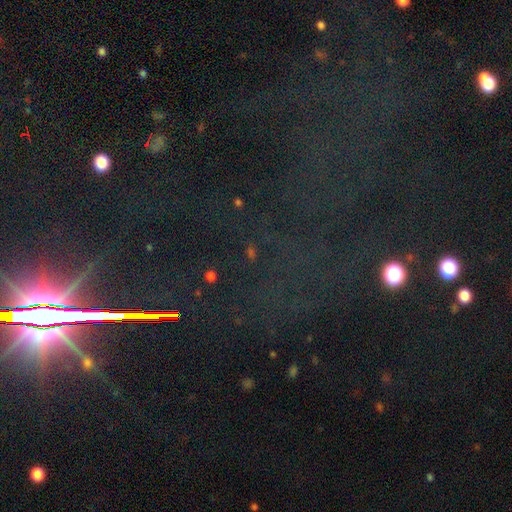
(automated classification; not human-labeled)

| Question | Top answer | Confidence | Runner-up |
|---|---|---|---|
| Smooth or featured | star or artifact | 78% | featured or disk (12%) |